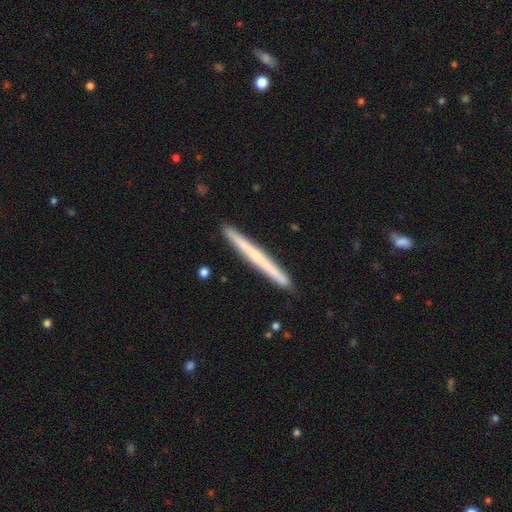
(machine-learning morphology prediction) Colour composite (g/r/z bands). It shows a featured or disk galaxy (51%) viewed edge-on (97%). Merging: none (92%).